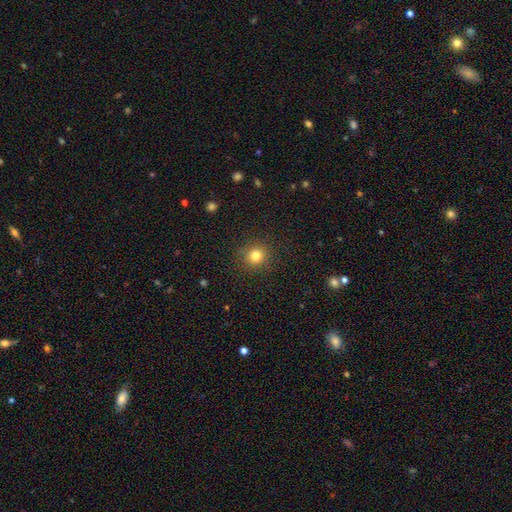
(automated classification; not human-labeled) This appears to be a smooth galaxy with no disk features (81%) that is round (91%). Merging: none (90%).